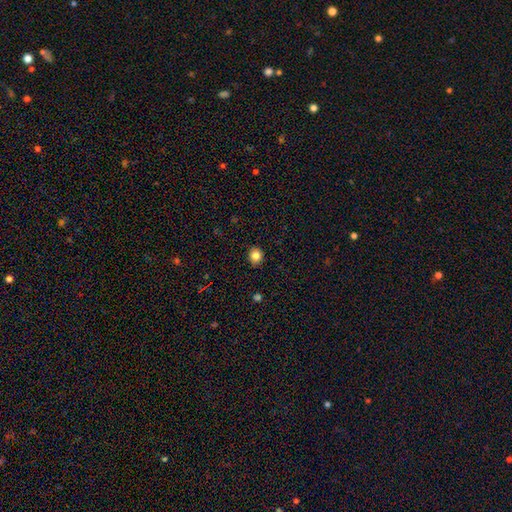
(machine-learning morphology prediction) Q: Smooth or featured?
A: smooth (83%); runner-up: star or artifact (11%)
Q: How rounded?
A: round (81%); runner-up: in between (19%)
Q: Merging?
A: none (90%); runner-up: minor disturbance (7%)